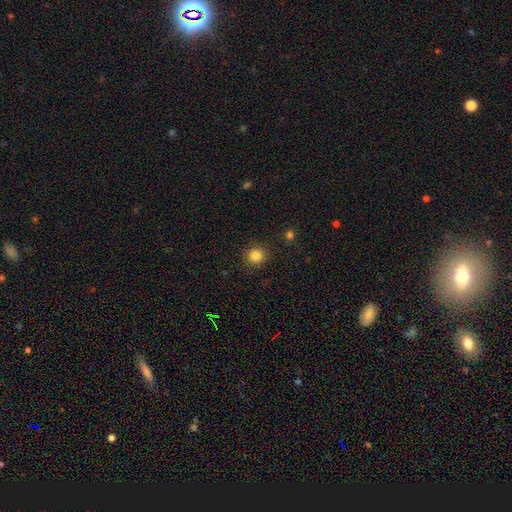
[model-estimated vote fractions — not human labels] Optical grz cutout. It shows a smooth galaxy with no disk features (85%) that is round (93%). Merging: none (90%).